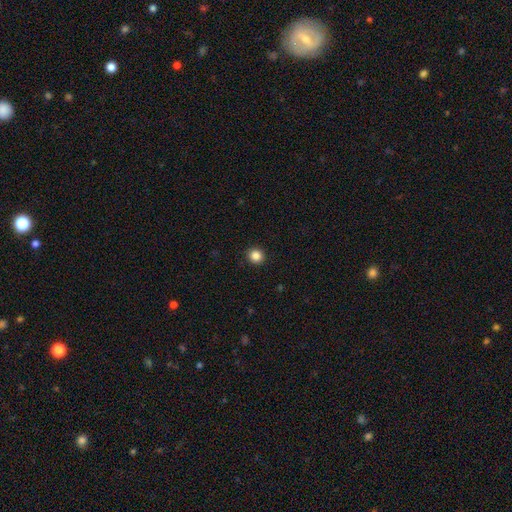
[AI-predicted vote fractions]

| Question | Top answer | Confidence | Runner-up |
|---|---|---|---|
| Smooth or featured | smooth | 86% | star or artifact (11%) |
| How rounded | round | 91% | in between (8%) |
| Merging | none | 92% | minor disturbance (5%) |